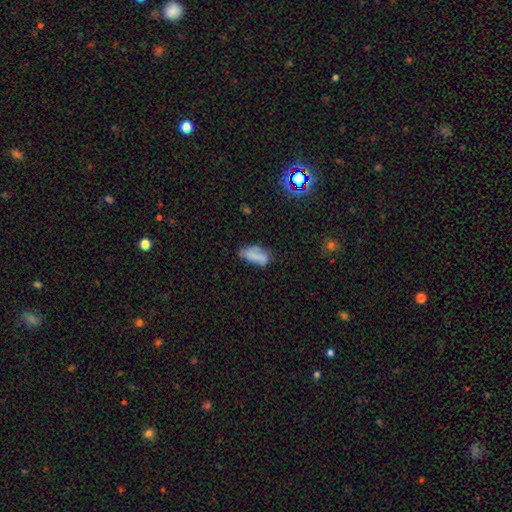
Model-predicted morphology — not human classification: Overall: smooth (69%). How rounded: in between (82%). Merging: none (50%; minor disturbance 31%).